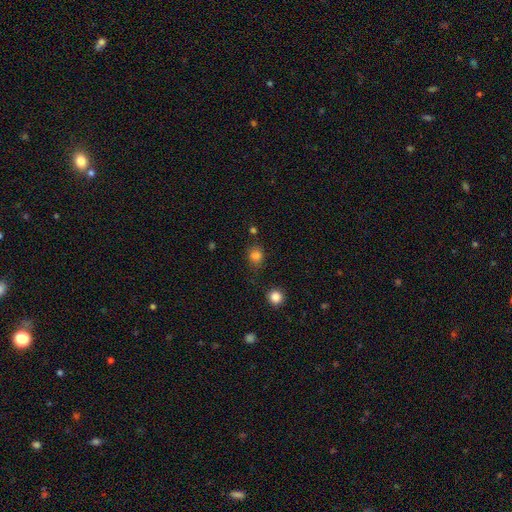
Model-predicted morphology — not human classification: smooth_or_featured: smooth (p=0.82) [alt: star or artifact p=0.14]
how_rounded: round (p=0.70) [alt: in between p=0.29]
merging: none (p=0.74) [alt: minor disturbance p=0.17]